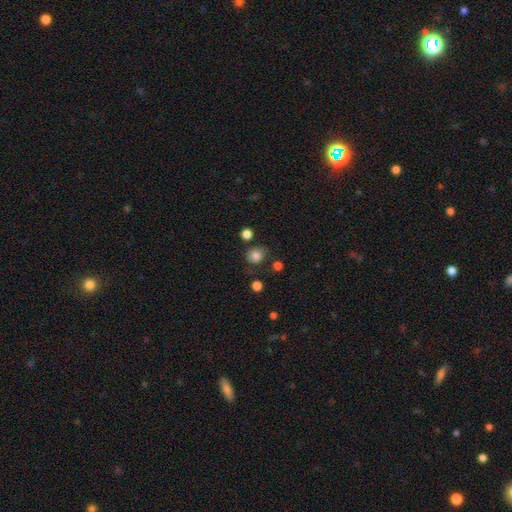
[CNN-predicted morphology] Overall: smooth (81%). How rounded: round (75%). Merging: none (71%).